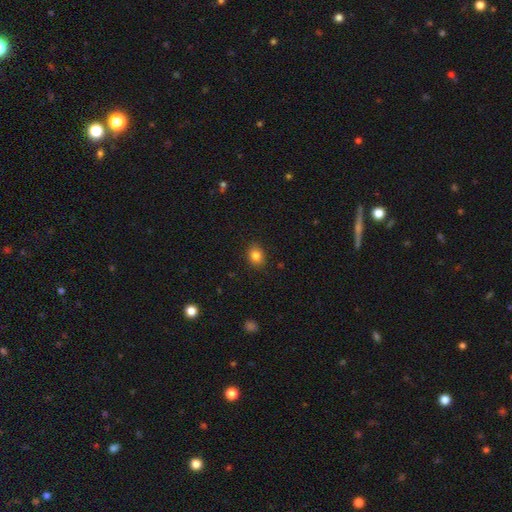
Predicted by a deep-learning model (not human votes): Morphology: type=smooth (83%); roundness=round (56%); merging=none (88%).